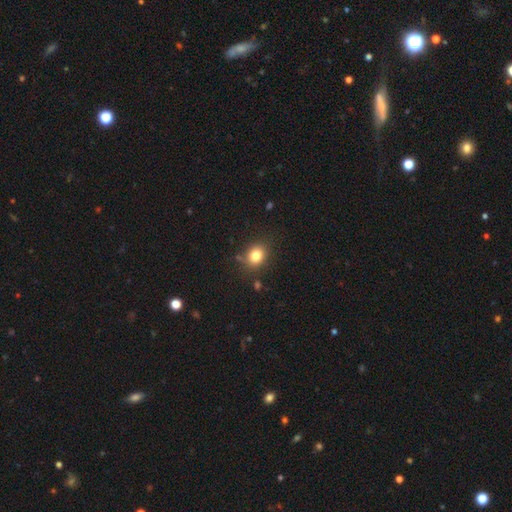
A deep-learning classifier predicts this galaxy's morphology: Smooth or featured: smooth — 80% (star or artifact — 12%)
How rounded: round — 63% (in between — 36%)
Merging: none — 77% (minor disturbance — 15%)